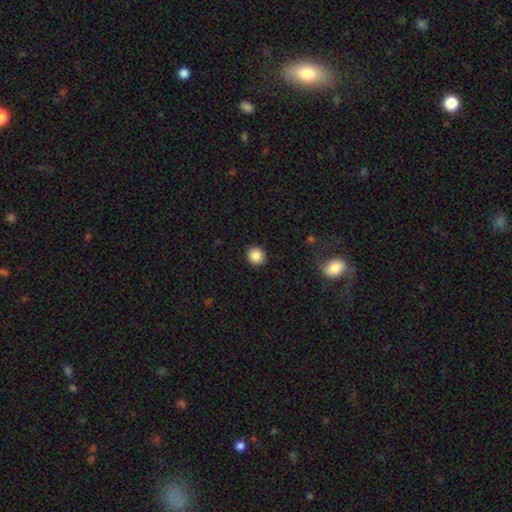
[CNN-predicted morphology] The model was most divided on "smooth or featured": smooth: 87%, star or artifact: 9%, featured or disk: 4%. More confident: merging — none (91%); how rounded — round (90%).